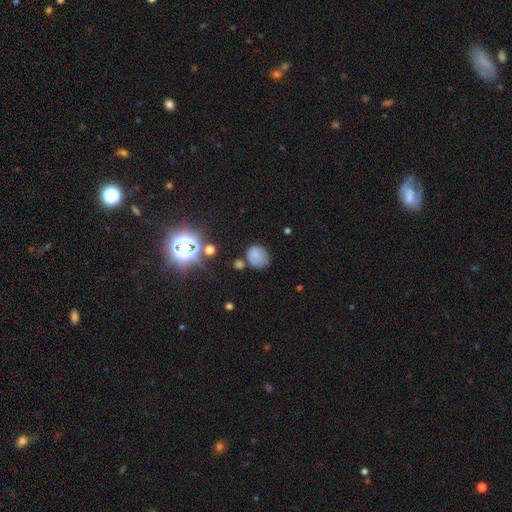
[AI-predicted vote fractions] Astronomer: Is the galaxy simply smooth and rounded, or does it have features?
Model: smooth — 72%.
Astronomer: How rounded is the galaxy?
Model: round — 73%.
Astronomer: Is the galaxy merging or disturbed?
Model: none — 63%.